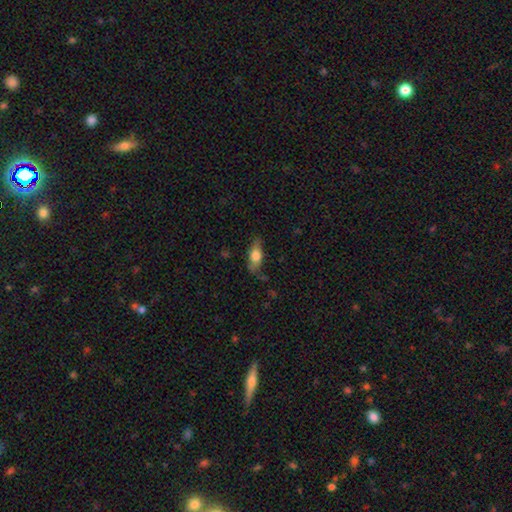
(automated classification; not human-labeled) A smooth galaxy with no disk features (63%) that is in between round and cigar-shaped (71%).

Vote fractions:
- Smooth or featured? smooth: 63% / featured or disk: 30% / star or artifact: 7%
- How rounded? in between: 71% / cigar-shaped: 24% / round: 5%
- Merging? none: 71% / minor disturbance: 21% / major disturbance: 5% / merger: 2%